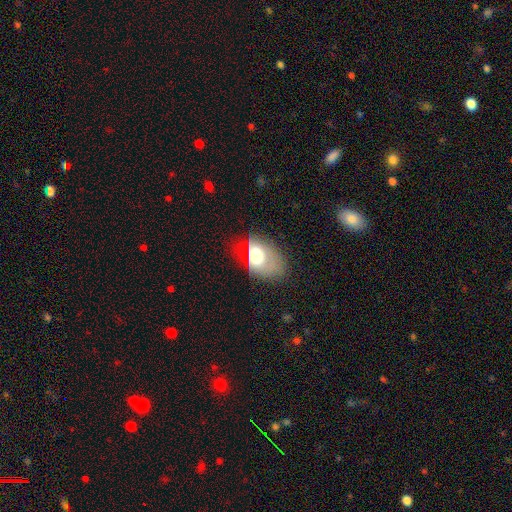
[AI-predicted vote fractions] This is likely a smooth galaxy (61%). How rounded: clearly in between (81%). Merging: marginally major disturbance (40%).